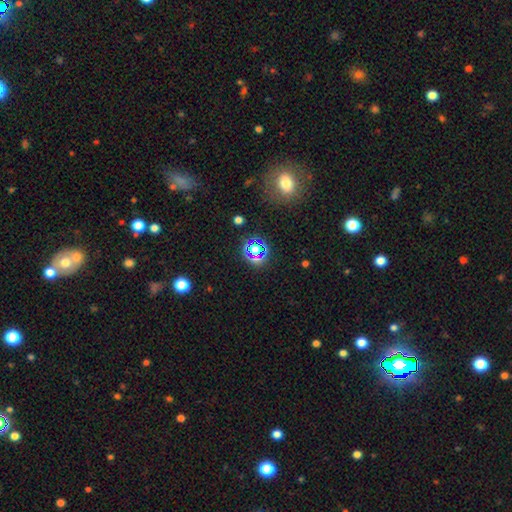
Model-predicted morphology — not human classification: type=star or artifact (64%).